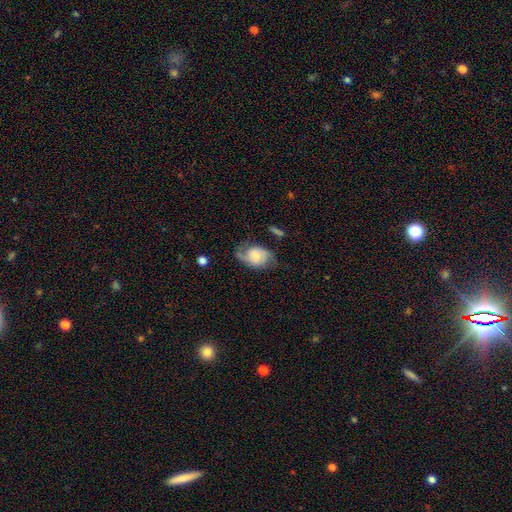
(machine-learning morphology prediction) This appears to be a featured or disk galaxy (56%) with no bar (66%), spiral arms (88%) and a small central bulge (37%). Merging: none (53%).